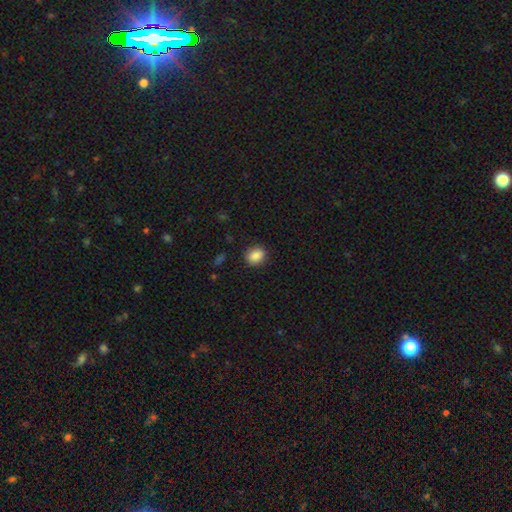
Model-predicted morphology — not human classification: smooth 87%, star or artifact 9%, featured or disk 5%. Down the decision tree: how rounded — round (62%); merging — none (89%).